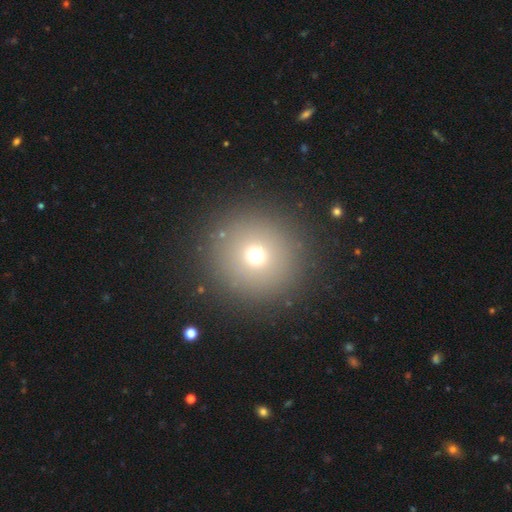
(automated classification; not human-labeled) A smooth galaxy with no disk features (69%) that is round (96%). Merging: none (90%).